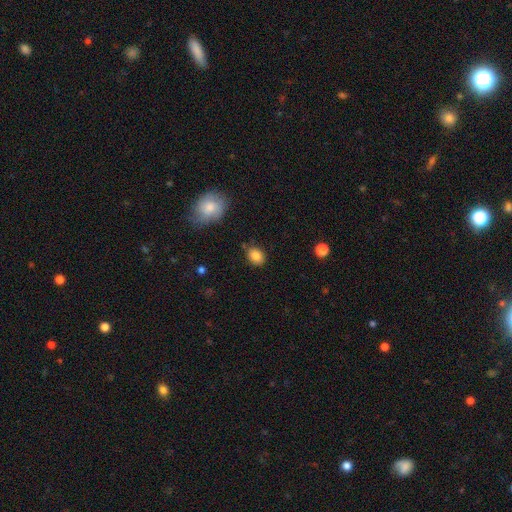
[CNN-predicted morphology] A smooth galaxy with no disk features (85%) that is in between round and cigar-shaped (58%).

Vote fractions:
- Smooth or featured? smooth: 85% / star or artifact: 10% / featured or disk: 6%
- How rounded? in between: 58% / round: 41% / cigar-shaped: 1%
- Merging? none: 80% / minor disturbance: 14% / major disturbance: 3% / merger: 3%